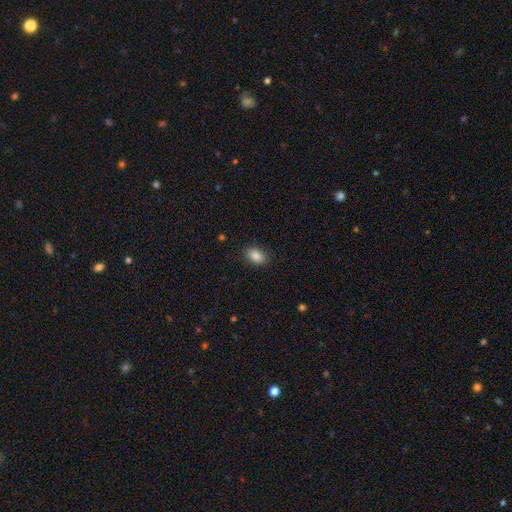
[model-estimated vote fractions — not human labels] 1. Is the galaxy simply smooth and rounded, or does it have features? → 87% smooth, 8% star or artifact, 5% featured or disk.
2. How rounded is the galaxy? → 85% in between, 13% round, 2% cigar-shaped.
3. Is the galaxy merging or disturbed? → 87% none, 9% minor disturbance, 2% major disturbance, 1% merger.